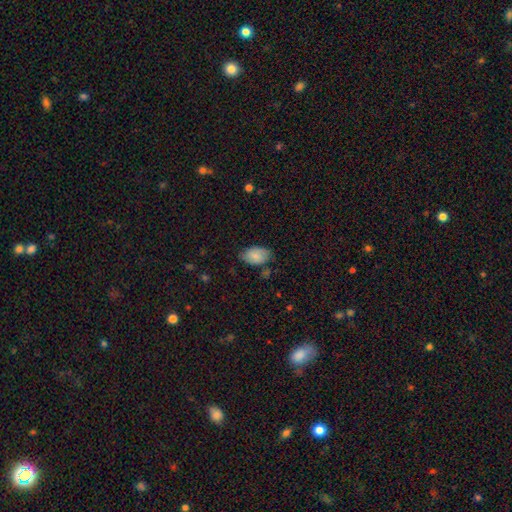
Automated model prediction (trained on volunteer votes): Overall: smooth (83%). How rounded: in between (91%). Merging: none (67%).